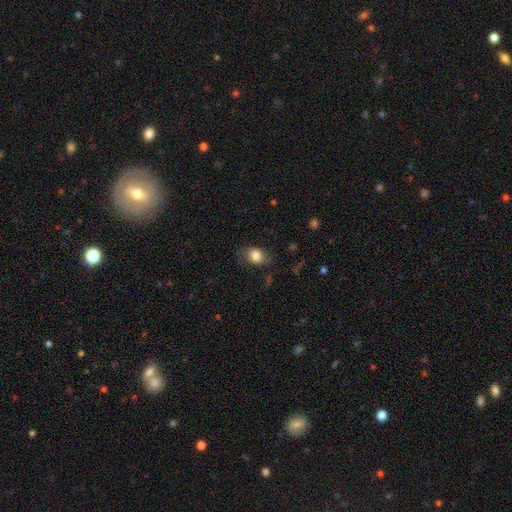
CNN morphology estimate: Smooth or featured? smooth (82%)
How rounded? in between (71%)
Merging? none (70%)